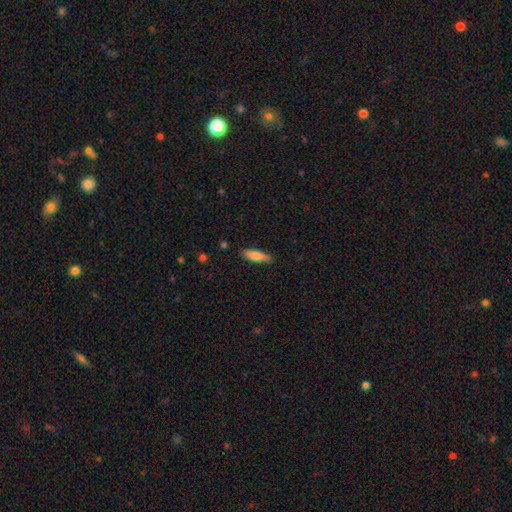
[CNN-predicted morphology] type=smooth (74%); roundness=cigar-shaped (59%); merging=none (85%).